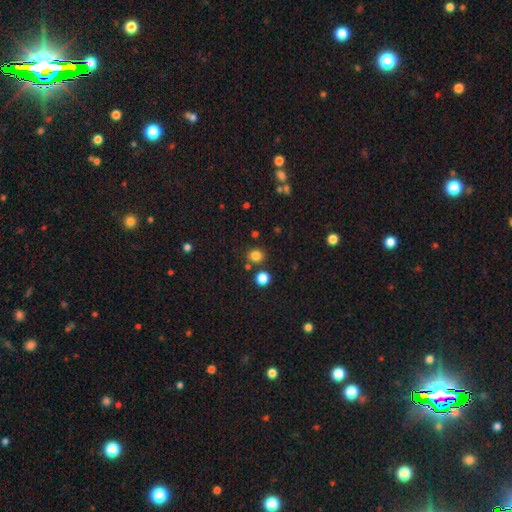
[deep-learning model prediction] Morphology: type=smooth (81%); roundness=round (77%); merging=none (80%).